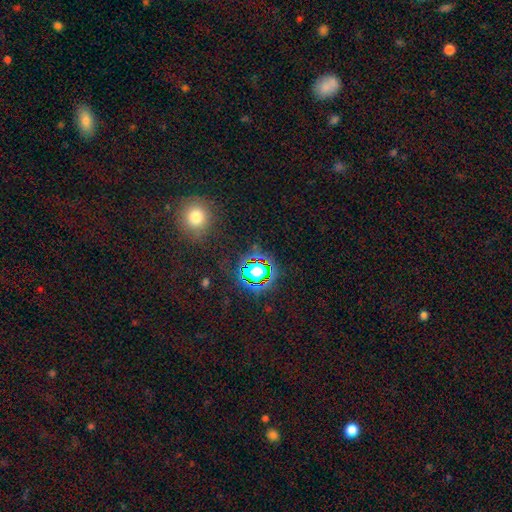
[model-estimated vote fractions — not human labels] A star or artifact, not a galaxy (60%).